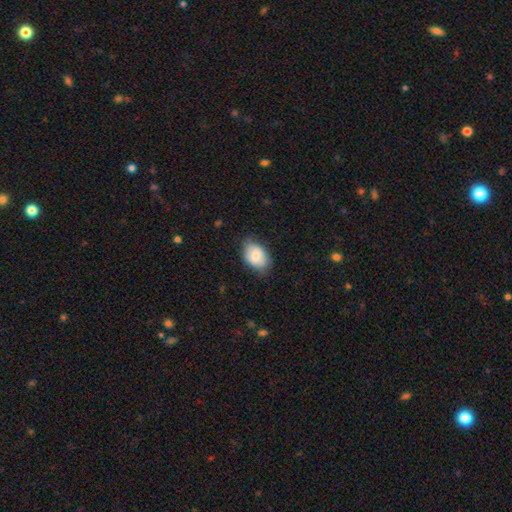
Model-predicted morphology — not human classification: Smooth or featured? Predicted: smooth (p=0.75). How rounded? Predicted: in between (p=0.84). Merging? Predicted: none (p=0.73).